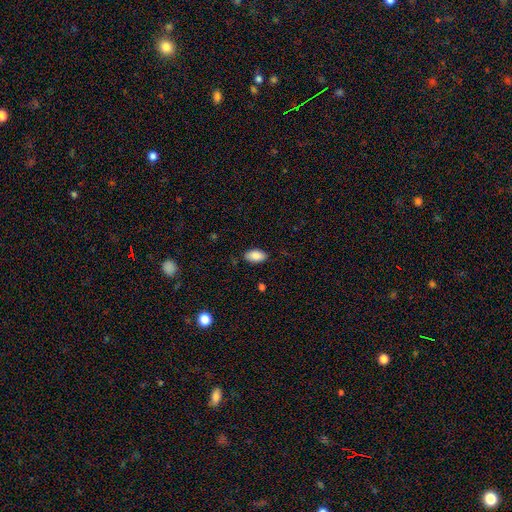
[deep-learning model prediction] Smooth or featured? Predicted: smooth (p=0.87). How rounded? Predicted: in between (p=0.94). Merging? Predicted: none (p=0.85).